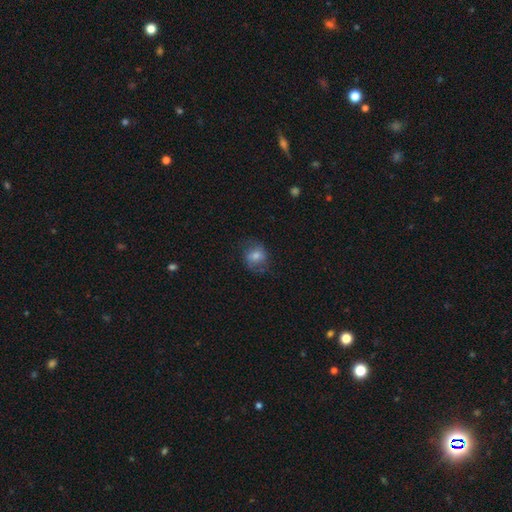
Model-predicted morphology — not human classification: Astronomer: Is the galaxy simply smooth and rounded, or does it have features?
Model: smooth — 63%.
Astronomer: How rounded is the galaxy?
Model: round — 65%.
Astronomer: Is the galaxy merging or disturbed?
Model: none — 66%.